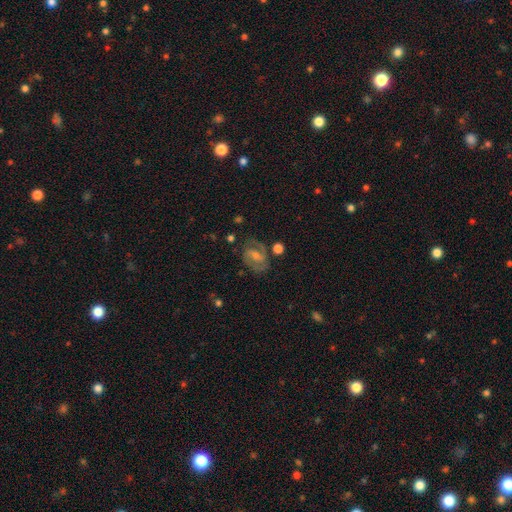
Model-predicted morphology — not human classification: A featured or disk galaxy (75%) with a weak bar (51%), 2 (84%) medium (50%) spiral arms (91%) and a small central bulge (49%).

Vote fractions:
- Smooth or featured? featured or disk: 75% / smooth: 15% / star or artifact: 10%
- Edge-on disk? no: 97% / yes: 3%
- Bar? weak: 51% / strong: 25% / no: 25%
- Spiral arms? yes: 91% / no: 9%
- Spiral winding? medium: 50% / tight: 36% / loose: 14%
- Spiral arm count? 2: 84% / can't tell: 8% / 1: 2% / 3: 2% / 4: 1% / more than 4: 1%
- Bulge size? small: 49% / moderate: 39% / none: 7% / large: 3% / dominant: 1%
- Merging? none: 76% / minor disturbance: 14% / major disturbance: 6% / merger: 3%